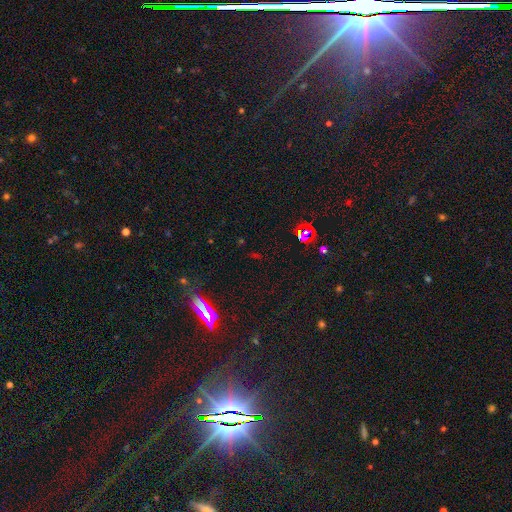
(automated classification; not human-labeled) The model was most divided on "smooth or featured": star or artifact: 67%, smooth: 23%, featured or disk: 10%.